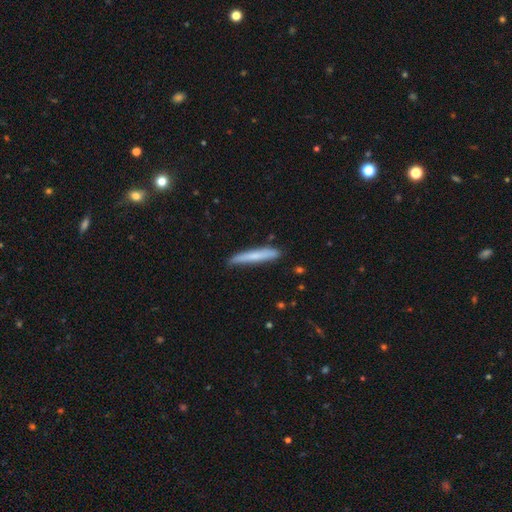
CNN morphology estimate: smooth_or_featured: smooth (p=0.68) [alt: featured or disk p=0.26]
how_rounded: cigar-shaped (p=0.95) [alt: in between p=0.04]
merging: none (p=0.83) [alt: minor disturbance p=0.14]